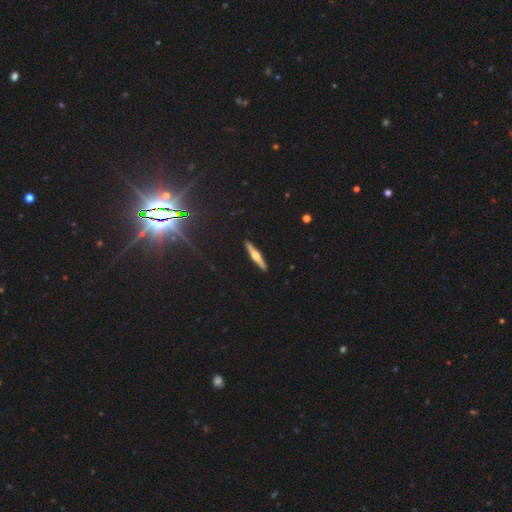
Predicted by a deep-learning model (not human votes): smooth_or_featured: featured or disk (p=0.64) [alt: smooth p=0.29]
disk_edge_on: yes (p=0.97) [alt: no p=0.03]
edge_on_bulge: rounded (p=0.87) [alt: boxy p=0.08]
merging: none (p=0.92) [alt: minor disturbance p=0.06]